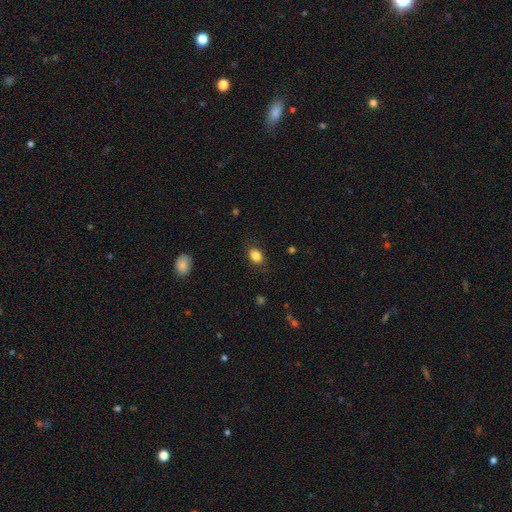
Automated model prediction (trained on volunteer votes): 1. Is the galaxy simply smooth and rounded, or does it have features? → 85% smooth, 9% star or artifact, 6% featured or disk.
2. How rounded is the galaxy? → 68% in between, 31% round, 1% cigar-shaped.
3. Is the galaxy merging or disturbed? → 82% none, 13% minor disturbance, 4% major disturbance, 1% merger.